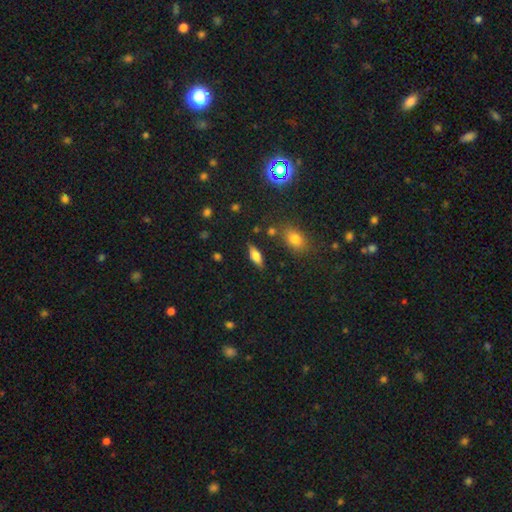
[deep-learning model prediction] Smooth or featured? smooth (61%)
How rounded? in between (75%)
Merging? none (81%)